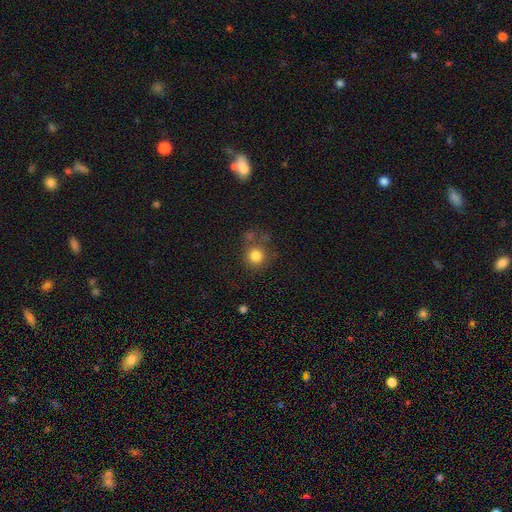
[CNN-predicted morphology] type=smooth (81%); roundness=round (91%); merging=none (67%).